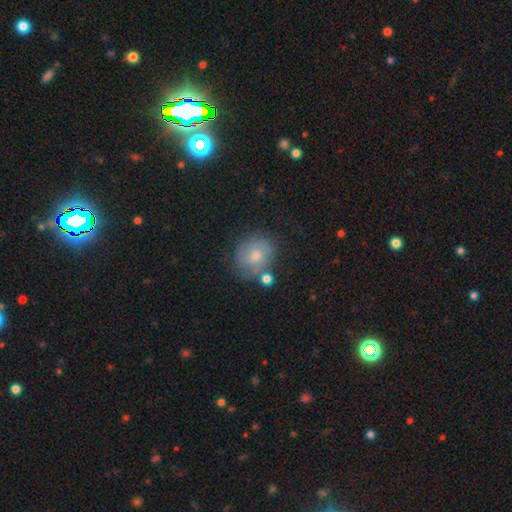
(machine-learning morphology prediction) A smooth galaxy with no disk features (57%) that is round (75%). Merging: none (70%).